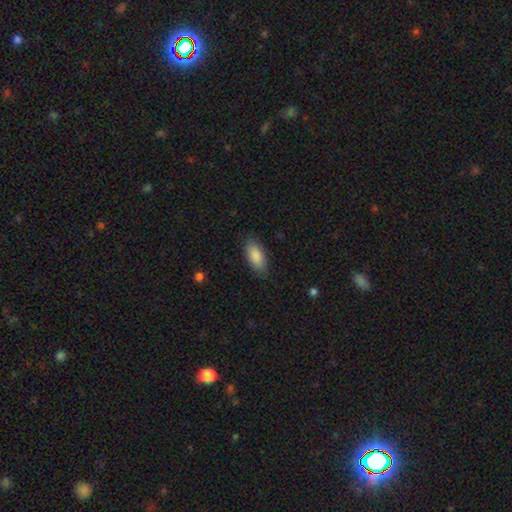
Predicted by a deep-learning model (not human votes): Overall: smooth (88%). How rounded: in between (88%). Merging: none (84%).